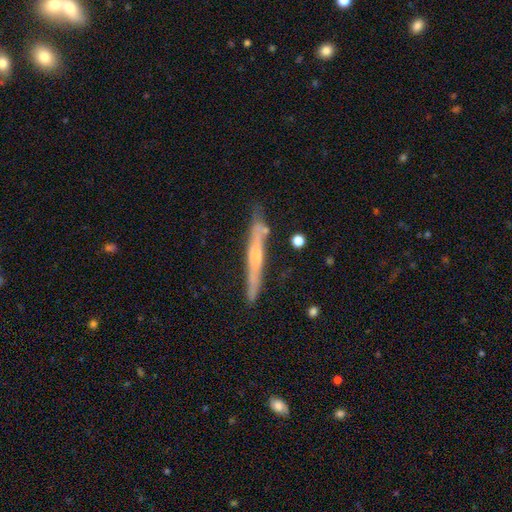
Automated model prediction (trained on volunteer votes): Overall: featured or disk (63%; smooth 30%). Edge-on disk: yes (94%). Edge-on bulge: rounded (46%, tied with none). Merging: none (77%).